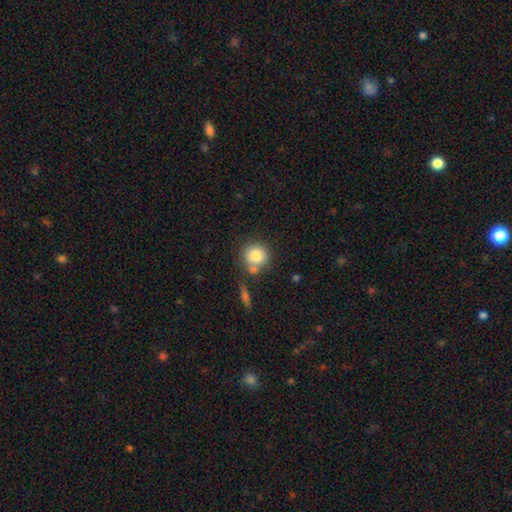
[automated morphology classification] The model was most divided on "merging": none: 64%, merger: 20%, minor disturbance: 12%, major disturbance: 4%. More confident: how rounded — round (90%); smooth or featured — smooth (82%).